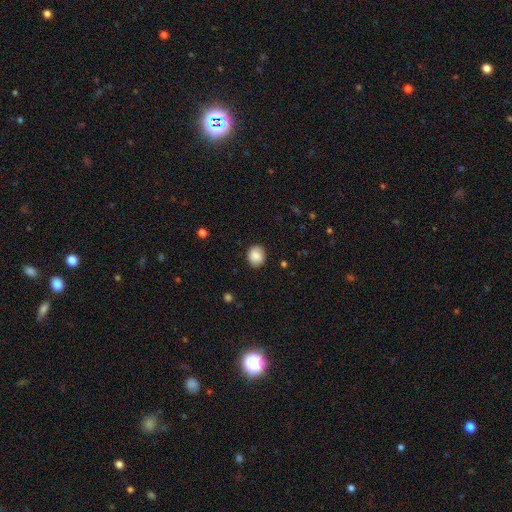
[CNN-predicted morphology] Overall: smooth (86%). How rounded: round (69%; in between 30%). Merging: none (85%).